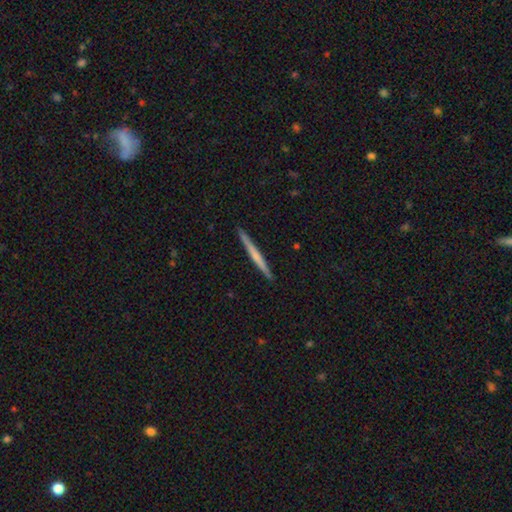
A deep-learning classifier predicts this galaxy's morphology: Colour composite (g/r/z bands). It shows a featured or disk galaxy (51%) viewed edge-on (98%) with no central bulge (67%). Merging: none (93%).